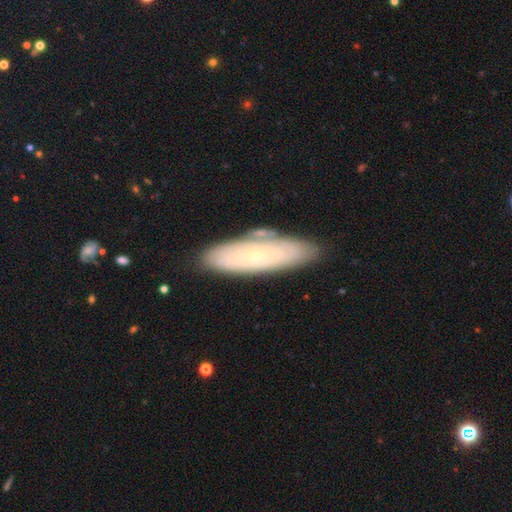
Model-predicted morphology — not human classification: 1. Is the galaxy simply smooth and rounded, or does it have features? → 50% featured or disk, 42% smooth, 8% star or artifact.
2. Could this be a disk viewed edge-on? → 71% no, 29% yes.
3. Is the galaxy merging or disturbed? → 78% none, 14% minor disturbance, 5% merger, 3% major disturbance.